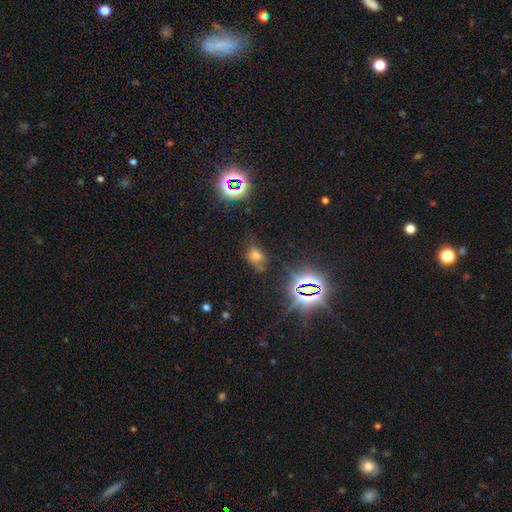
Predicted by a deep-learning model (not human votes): This is possibly a smooth galaxy (51%). How rounded: likely in between (68%). Merging: likely none (61%).